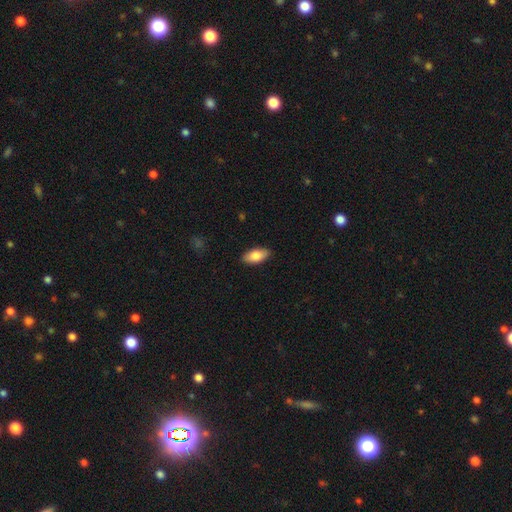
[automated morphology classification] smooth 82%, featured or disk 12%, star or artifact 6%. Down the decision tree: how rounded — in between (91%); merging — none (89%).